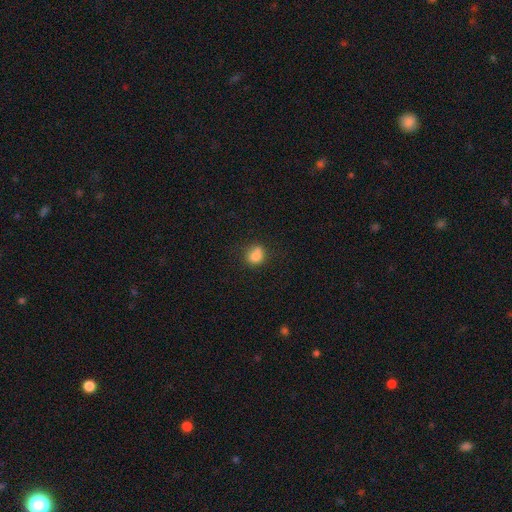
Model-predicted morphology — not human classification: Q: Smooth or featured?
A: smooth (80%); runner-up: star or artifact (11%)
Q: How rounded?
A: round (73%); runner-up: in between (26%)
Q: Merging?
A: none (53%); runner-up: merger (22%)